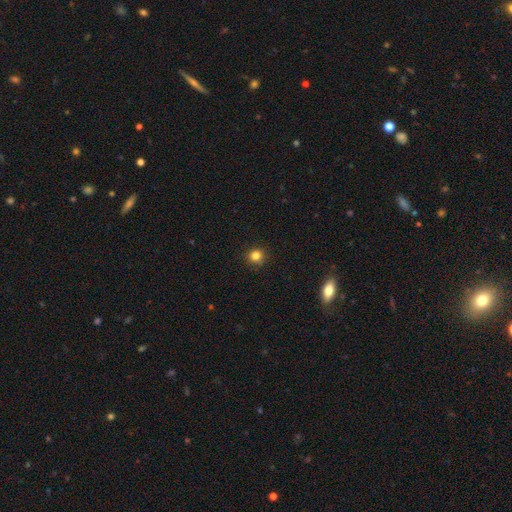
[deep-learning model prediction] The model was most divided on "smooth or featured": smooth: 82%, star or artifact: 13%, featured or disk: 5%. More confident: how rounded — round (90%); merging — none (88%).